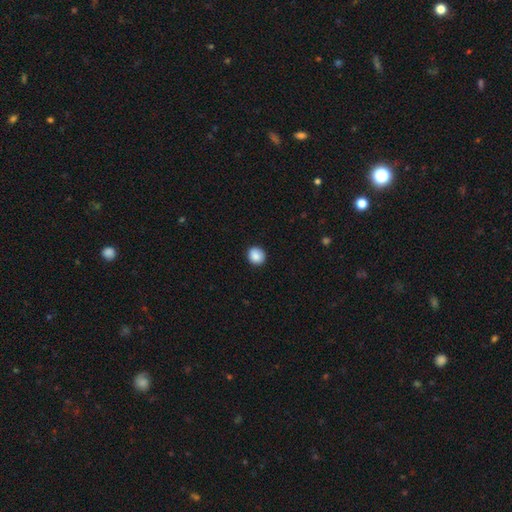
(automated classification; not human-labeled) A smooth galaxy with no disk features (88%) that is round (82%). Merging: none (90%).